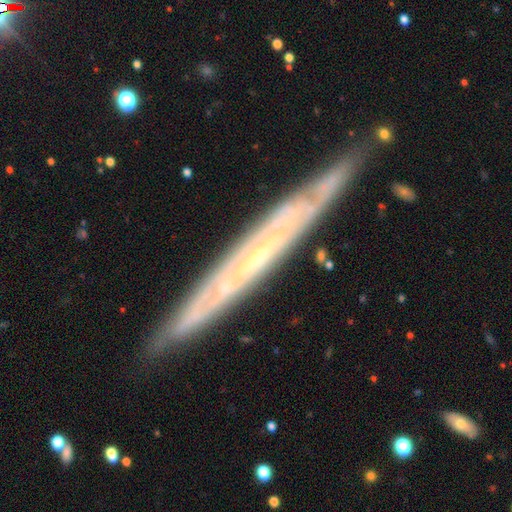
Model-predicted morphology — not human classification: Q: Smooth or featured?
A: featured or disk (78%); runner-up: smooth (14%)
Q: Edge-on disk?
A: yes (78%); runner-up: no (22%)
Q: Edge-on bulge?
A: none (75%); runner-up: rounded (21%)
Q: Merging?
A: none (84%); runner-up: minor disturbance (13%)